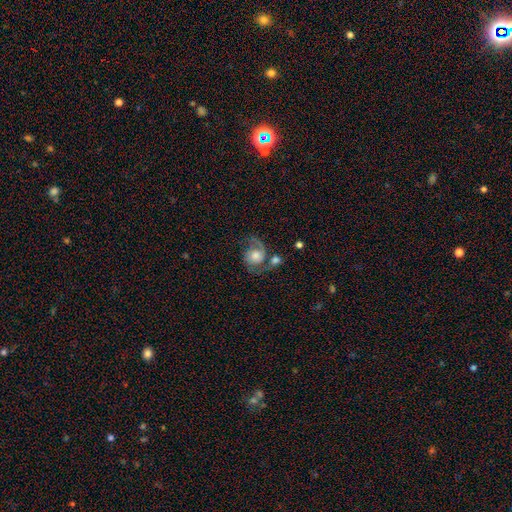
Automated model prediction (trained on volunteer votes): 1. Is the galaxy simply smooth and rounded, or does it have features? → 73% featured or disk, 20% smooth, 7% star or artifact.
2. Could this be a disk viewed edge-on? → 98% no, 2% yes.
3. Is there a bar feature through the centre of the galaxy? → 73% no, 23% weak, 4% strong.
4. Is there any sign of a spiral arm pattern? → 93% yes, 7% no.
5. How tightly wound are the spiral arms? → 48% medium, 28% loose, 23% tight.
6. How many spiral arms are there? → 77% 2, 17% 1, 4% can't tell, 1% 3, 1% 4, 1% more than 4.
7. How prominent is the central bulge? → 42% moderate, 33% large, 14% small, 6% none, 5% dominant.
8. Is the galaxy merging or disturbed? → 49% none, 18% minor disturbance, 18% merger, 15% major disturbance.